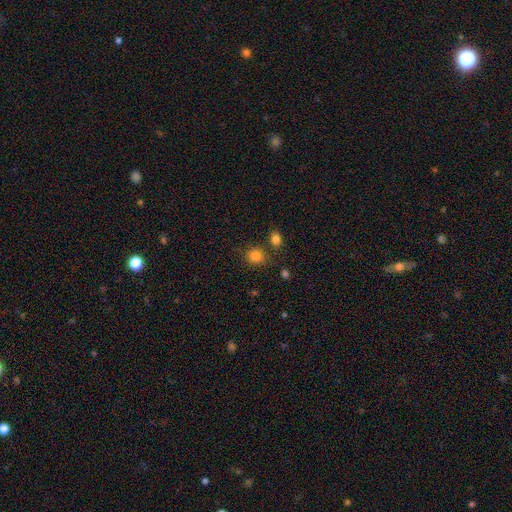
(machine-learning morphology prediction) Q: Smooth or featured?
A: smooth (83%); runner-up: star or artifact (12%)
Q: How rounded?
A: round (82%); runner-up: in between (17%)
Q: Merging?
A: none (77%); runner-up: minor disturbance (10%)